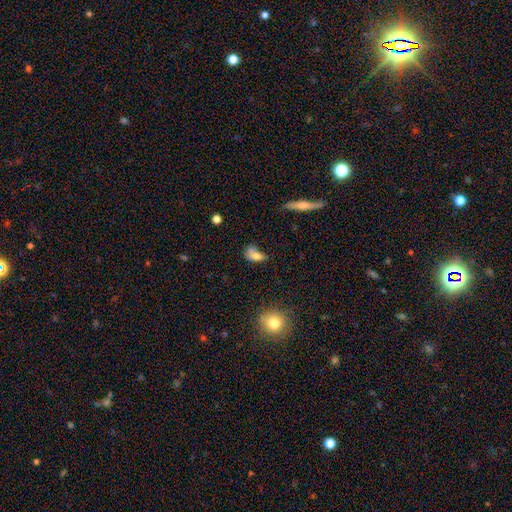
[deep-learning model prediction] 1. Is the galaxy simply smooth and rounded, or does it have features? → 72% smooth, 17% featured or disk, 11% star or artifact.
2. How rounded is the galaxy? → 76% in between, 18% round, 6% cigar-shaped.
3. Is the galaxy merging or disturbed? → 32% none, 26% minor disturbance, 23% merger, 19% major disturbance.